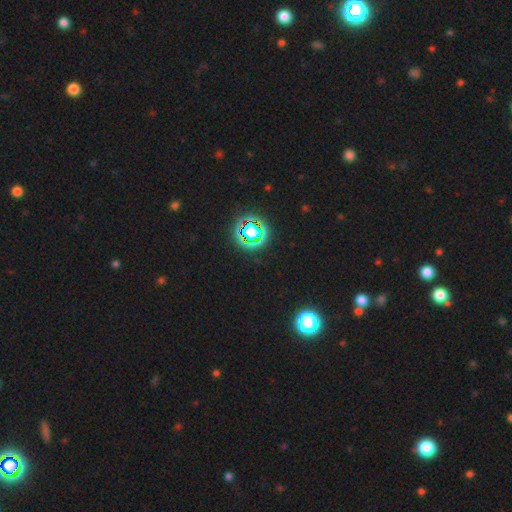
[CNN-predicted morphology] A star or artifact, not a galaxy (75%).

Vote fractions:
- Smooth or featured? star or artifact: 75% / smooth: 18% / featured or disk: 7%